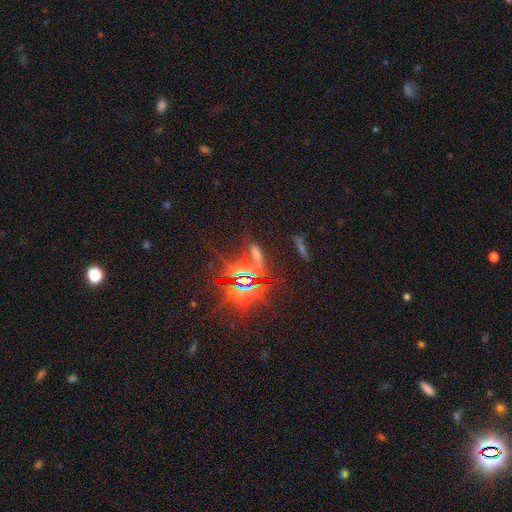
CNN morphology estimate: A star or artifact, not a galaxy (73%).

Vote fractions:
- Smooth or featured? star or artifact: 73% / featured or disk: 14% / smooth: 13%